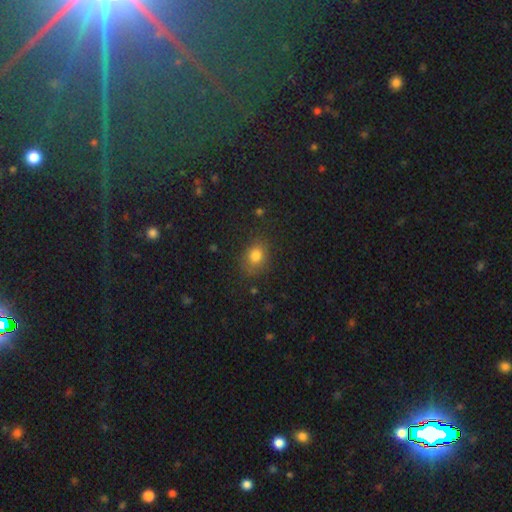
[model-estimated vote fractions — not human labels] Smooth or featured: smooth — 79% (star or artifact — 14%)
How rounded: round — 56% (in between — 43%)
Merging: none — 79% (minor disturbance — 14%)